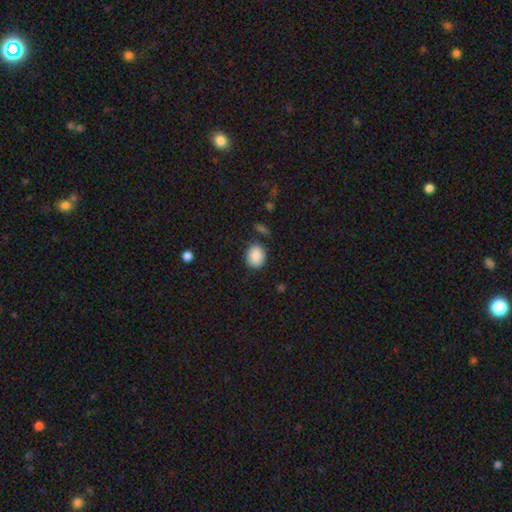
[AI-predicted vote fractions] The model was most divided on "how rounded": round: 54%, in between: 45%, cigar-shaped: 1%. More confident: smooth or featured — smooth (89%); merging — none (79%).